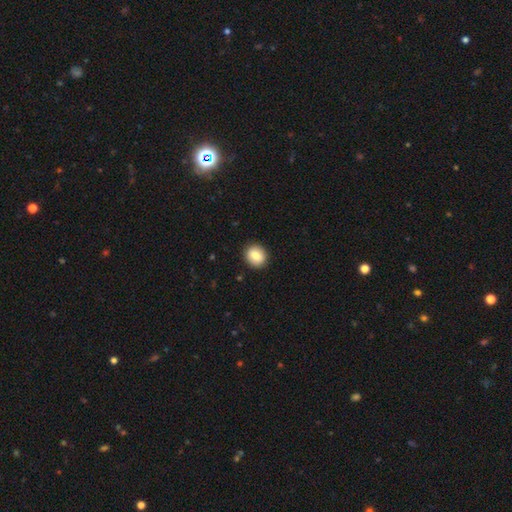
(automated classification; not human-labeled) Smooth or featured? Predicted: smooth (p=0.84). How rounded? Predicted: round (p=0.67). Merging? Predicted: none (p=0.90).